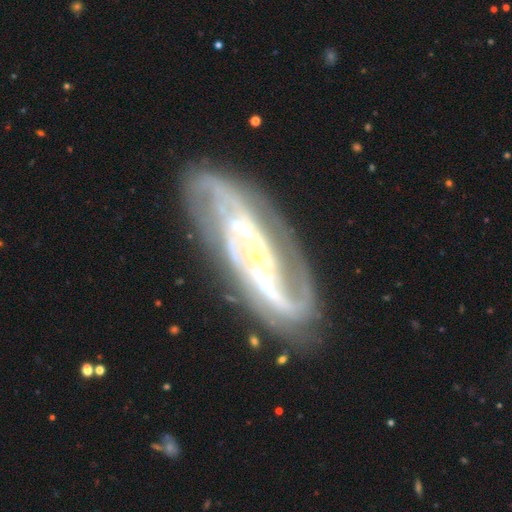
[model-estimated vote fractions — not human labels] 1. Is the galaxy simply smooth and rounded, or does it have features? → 88% featured or disk, 6% smooth, 6% star or artifact.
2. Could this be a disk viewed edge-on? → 90% no, 10% yes.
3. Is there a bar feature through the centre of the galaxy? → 47% no, 29% weak, 23% strong.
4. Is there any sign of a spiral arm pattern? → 96% yes, 4% no.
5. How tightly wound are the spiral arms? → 45% tight, 42% medium, 13% loose.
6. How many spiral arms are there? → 57% 2, 15% can't tell, 14% 3, 5% 4, 4% 1, 4% more than 4.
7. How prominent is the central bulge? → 76% small, 18% moderate, 3% none, 2% large, 1% dominant.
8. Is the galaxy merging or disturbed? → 75% none, 16% minor disturbance, 7% major disturbance, 2% merger.